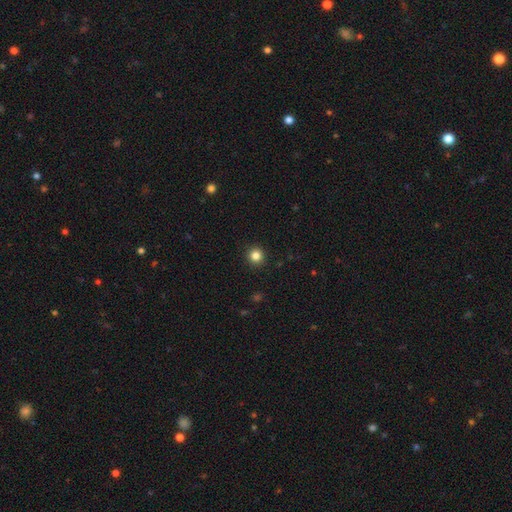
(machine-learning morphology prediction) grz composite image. It shows a smooth galaxy with no disk features (84%) that is round (94%). Merging: none (93%).